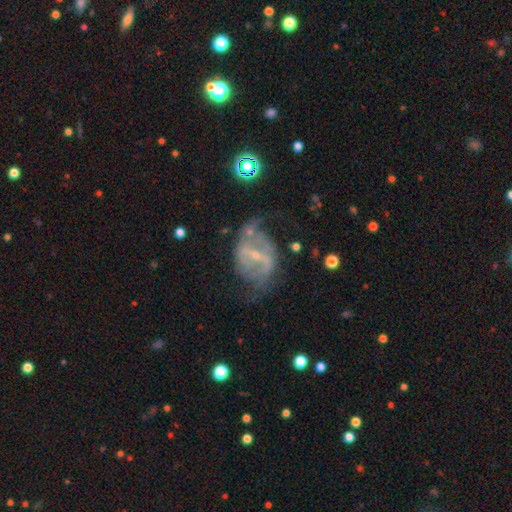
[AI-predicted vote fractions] The model was most divided on "spiral winding": loose: 42%, medium: 40%, tight: 18%. Remaining: edge-on disk — no (95%); smooth or featured — featured or disk (80%); spiral arms — yes (77%); spiral arm count — 2 (73%); bulge size — small (70%); bar — strong (48%); merging — none (45%).